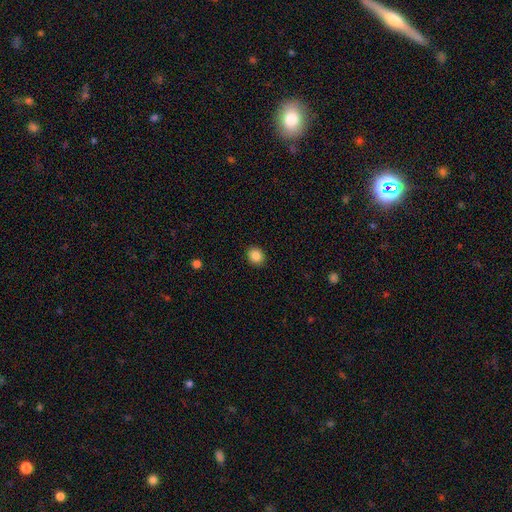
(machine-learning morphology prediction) Smooth or featured? Predicted: smooth (p=0.86). How rounded? Predicted: round (p=0.69). Merging? Predicted: none (p=0.91).